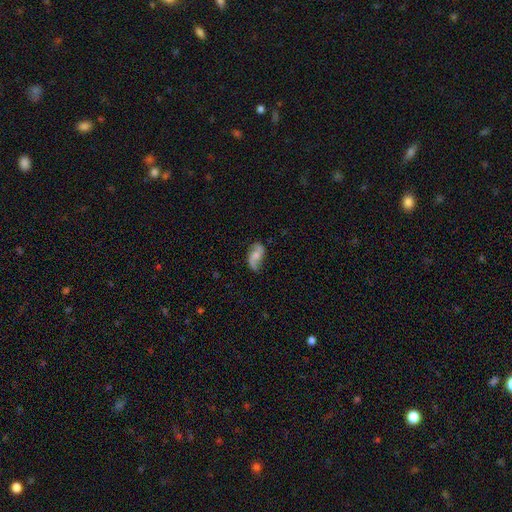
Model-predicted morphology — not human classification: type=featured or disk (69%); edge-on=no (96%); bar=no (56%); spiral arms=yes (92%); winding=loose (73%); arm count=2 (87%); bulge=small (43%, tied with moderate); merging=none (67%).